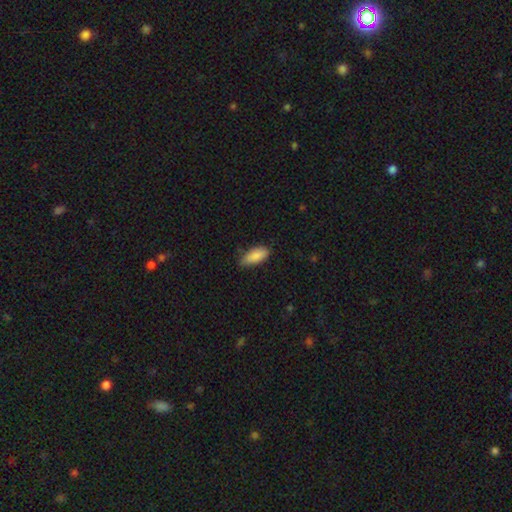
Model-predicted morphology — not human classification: smooth-or-featured: smooth: 89% | star or artifact: 6% | featured or disk: 5%
  how-rounded: in between: 84% | cigar-shaped: 14% | round: 2%
  merging: none: 71% | minor disturbance: 25% | major disturbance: 3% | merger: 1%